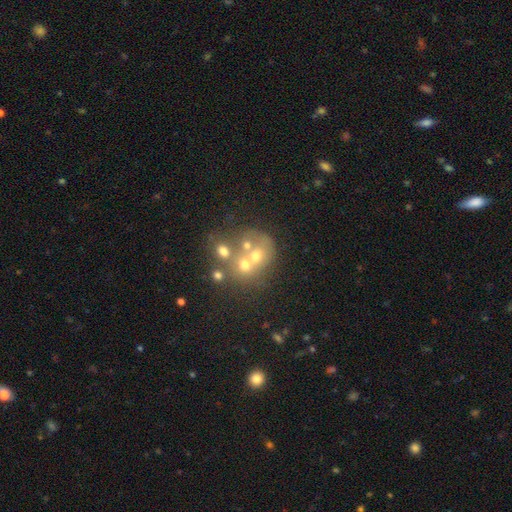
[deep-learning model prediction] smooth 48%, featured or disk 34%, star or artifact 18%. Down the decision tree: merging — merger (52%).